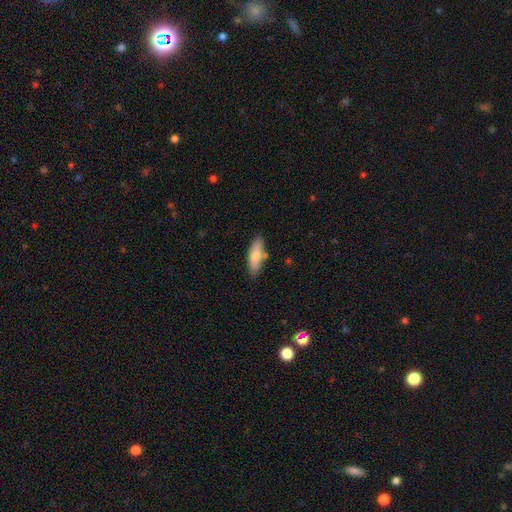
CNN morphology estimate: This appears to be a smooth galaxy with no disk features (77%) that is in between round and cigar-shaped (56%). Merging: none (77%).